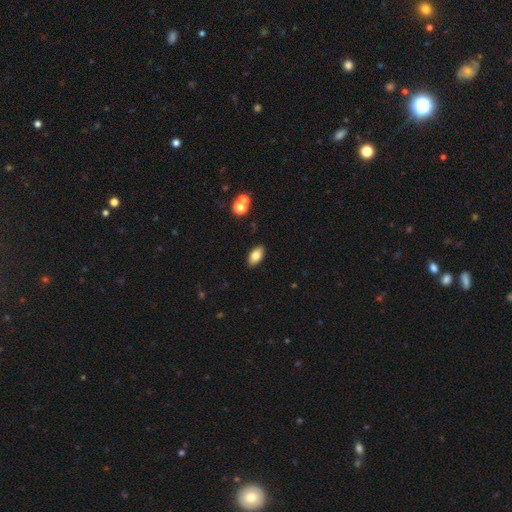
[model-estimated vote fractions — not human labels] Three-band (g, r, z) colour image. It shows a smooth galaxy with no disk features (78%) that is in between round and cigar-shaped (92%). Merging: none (89%).